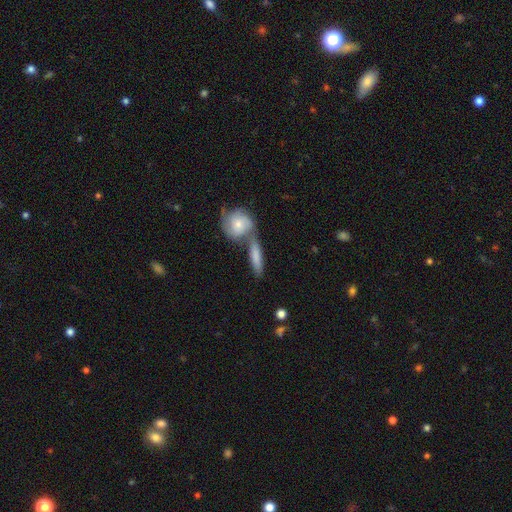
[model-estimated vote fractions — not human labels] A smooth galaxy with no disk features (67%) that is cigar-shaped (59%). Merging: merger (47%).